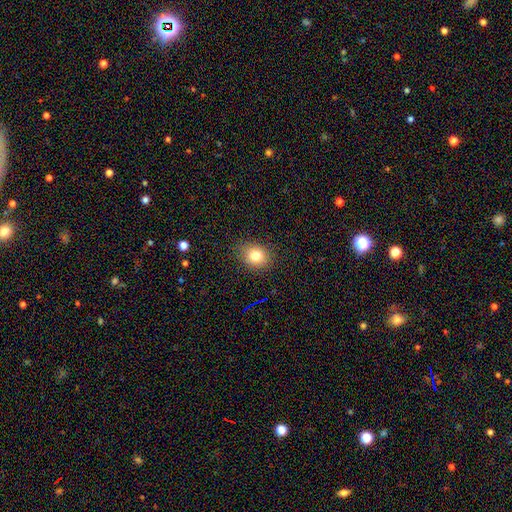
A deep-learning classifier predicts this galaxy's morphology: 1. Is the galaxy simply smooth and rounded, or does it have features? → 78% smooth, 12% star or artifact, 9% featured or disk.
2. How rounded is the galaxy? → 63% round, 36% in between, 1% cigar-shaped.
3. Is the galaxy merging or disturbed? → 83% none, 13% minor disturbance, 3% major disturbance, 1% merger.